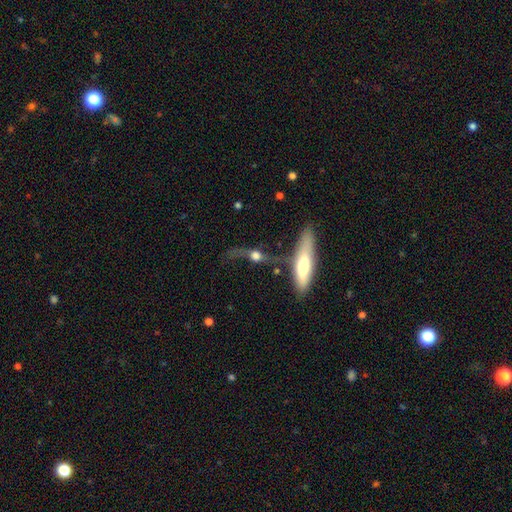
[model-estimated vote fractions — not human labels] Overall: featured or disk (57%; smooth 32%). Edge-on disk: yes (56%; no 44%). Merging: none (38%; merger 26%).